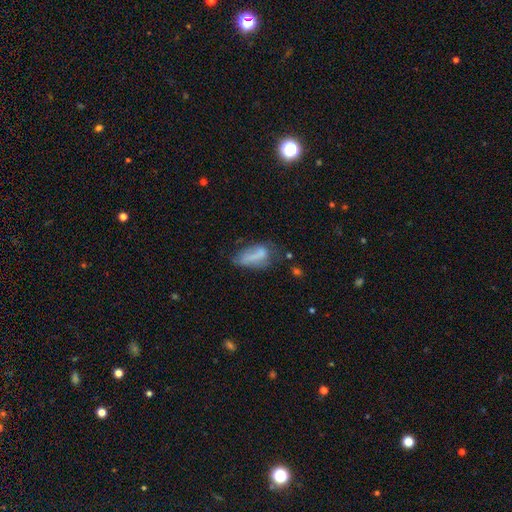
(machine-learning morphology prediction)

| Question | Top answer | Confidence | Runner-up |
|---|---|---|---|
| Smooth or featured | smooth | 64% | featured or disk (25%) |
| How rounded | in between | 73% | cigar-shaped (23%) |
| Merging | none | 35% | minor disturbance (32%) |